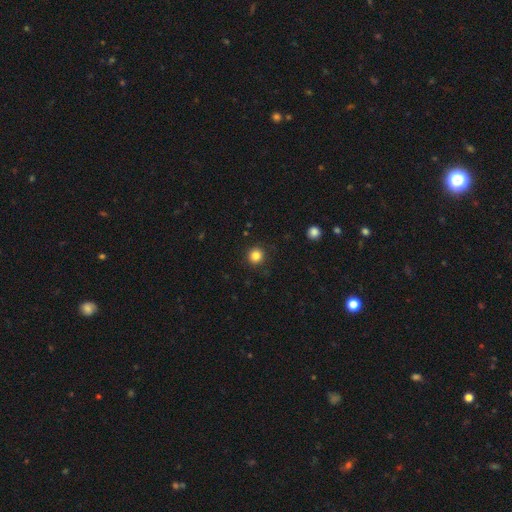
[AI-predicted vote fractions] This is clearly a smooth galaxy (84%). How rounded: clearly round (95%). Merging: clearly none (91%).